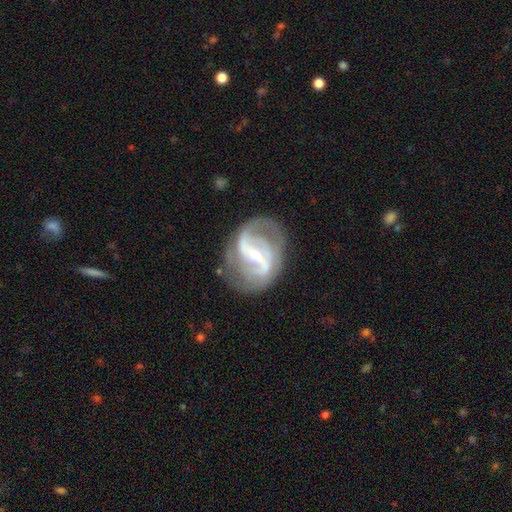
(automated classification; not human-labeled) smooth-or-featured: featured or disk: 89% | smooth: 6% | star or artifact: 5%
  disk-edge-on: no: 97% | yes: 3%
    bar: strong: 53% | weak: 33% | no: 14%
    has-spiral-arms: yes: 94% | no: 6%
      spiral-winding: medium: 49% | loose: 28% | tight: 24%
      spiral-arm-count: 2: 78% | can't tell: 8% | 3: 8% | 1: 3% | 4: 2% | more than 4: 2%
    bulge-size: small: 54% | moderate: 43% | large: 2% | none: 1% | dominant: 1%
  merging: none: 70% | minor disturbance: 17% | major disturbance: 11% | merger: 2%